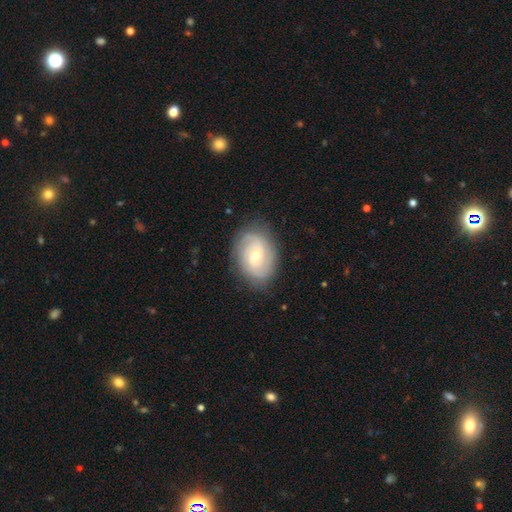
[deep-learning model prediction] Smooth or featured?
  - featured or disk: 80% *
  - smooth: 14%
  - star or artifact: 6%
Edge-on disk?
  - no: 97% *
  - yes: 3%
Bar?
  - no: 48% *
  - weak: 44%
  - strong: 9%
Spiral arms?
  - yes: 95% *
  - no: 5%
Spiral winding?
  - tight: 56% *
  - medium: 34%
  - loose: 9%
Spiral arm count?
  - 2: 38% *
  - can't tell: 25%
  - 3: 22%
  - 4: 6%
  - 1: 4%
  - more than 4: 4%
Bulge size?
  - moderate: 49% *
  - small: 47%
  - large: 2%
  - none: 1%
  - dominant: 1%
Merging?
  - none: 81% *
  - minor disturbance: 14%
  - major disturbance: 4%
  - merger: 1%